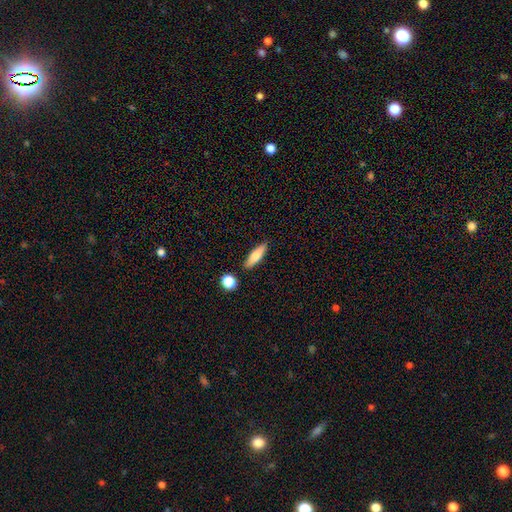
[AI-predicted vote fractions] A smooth galaxy with no disk features (73%) that is cigar-shaped (59%).

Vote fractions:
- Smooth or featured? smooth: 73% / featured or disk: 20% / star or artifact: 7%
- How rounded? cigar-shaped: 59% / in between: 38% / round: 3%
- Merging? none: 85% / minor disturbance: 9% / merger: 4% / major disturbance: 2%